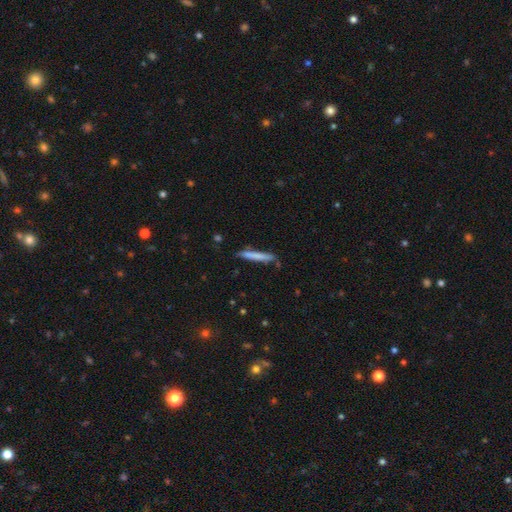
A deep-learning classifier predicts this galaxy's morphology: The model was most divided on "smooth or featured": smooth: 71%, featured or disk: 24%, star or artifact: 6%. More confident: how rounded — cigar-shaped (96%); merging — none (82%).